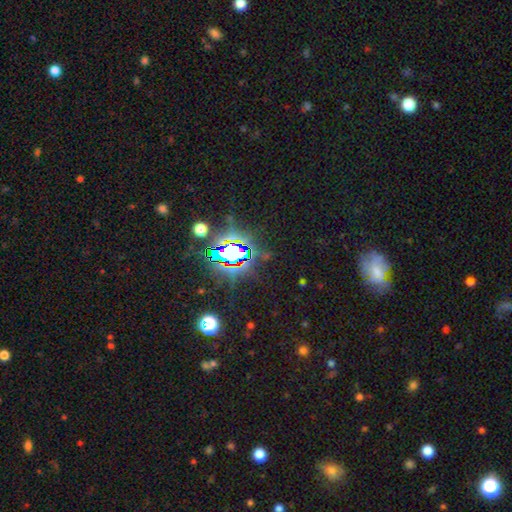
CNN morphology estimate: The model was most divided on "smooth or featured": star or artifact: 82%, smooth: 10%, featured or disk: 8%.